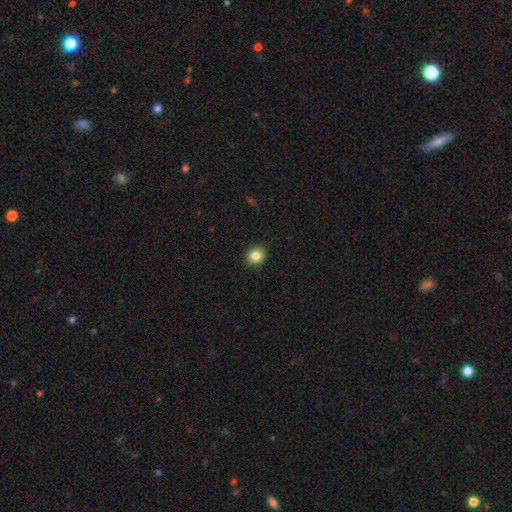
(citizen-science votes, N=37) Smooth or featured? 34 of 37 (92%) said smooth. How rounded? 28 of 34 (82%) said round. Merging? 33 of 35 (94%) said none.